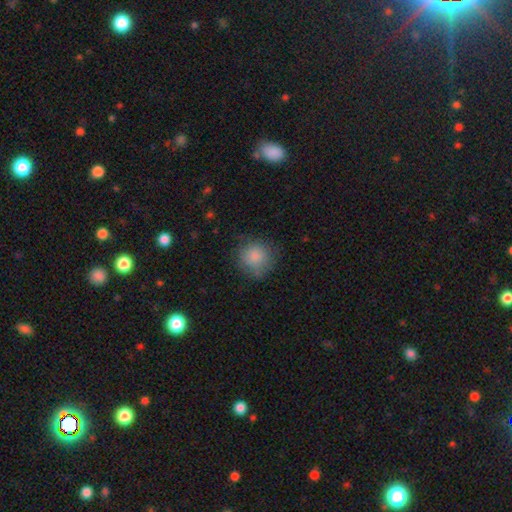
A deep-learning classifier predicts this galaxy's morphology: type=smooth (82%); roundness=round (91%); merging=none (75%).